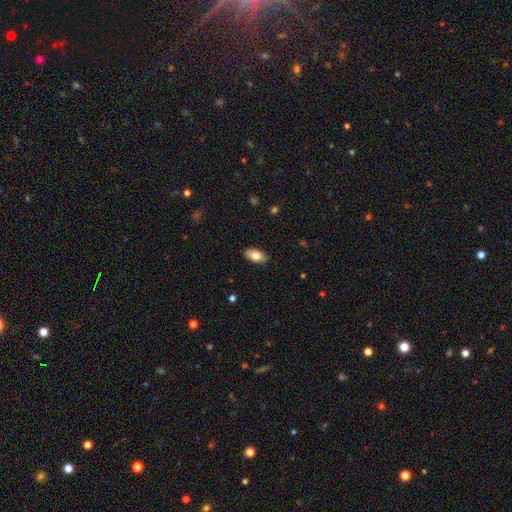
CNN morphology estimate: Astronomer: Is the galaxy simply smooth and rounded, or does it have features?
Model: smooth — 79%.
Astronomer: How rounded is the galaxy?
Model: in between — 93%.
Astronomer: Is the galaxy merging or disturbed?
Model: none — 88%.